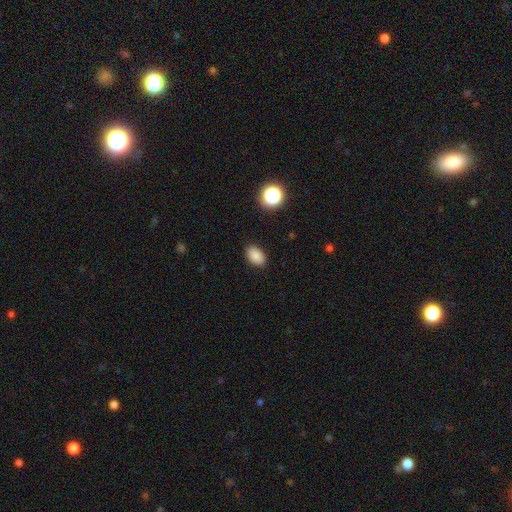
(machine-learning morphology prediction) The model was most divided on "how rounded": in between: 84%, round: 15%, cigar-shaped: 1%. More confident: merging — none (87%); smooth or featured — smooth (83%).